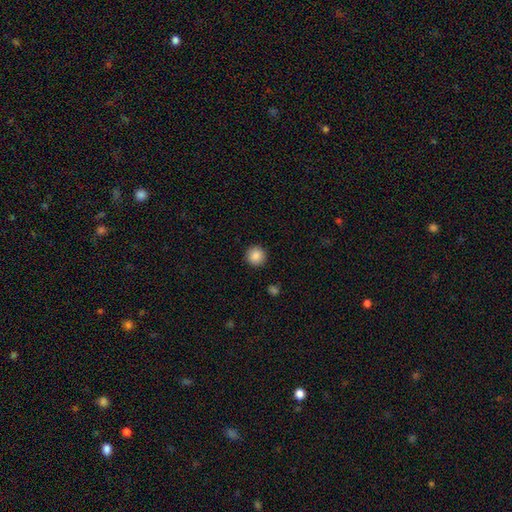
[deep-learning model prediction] A smooth galaxy with no disk features (87%) that is round (95%). Merging: none (92%).